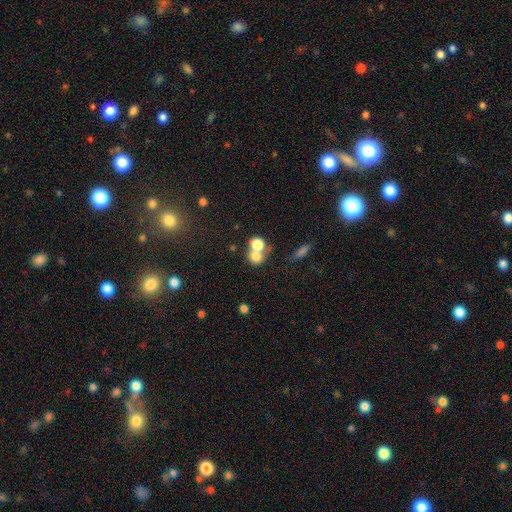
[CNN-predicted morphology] Smooth or featured? Predicted: smooth (p=0.74). How rounded? Predicted: round (p=0.71). Merging? Predicted: merger (p=0.56).